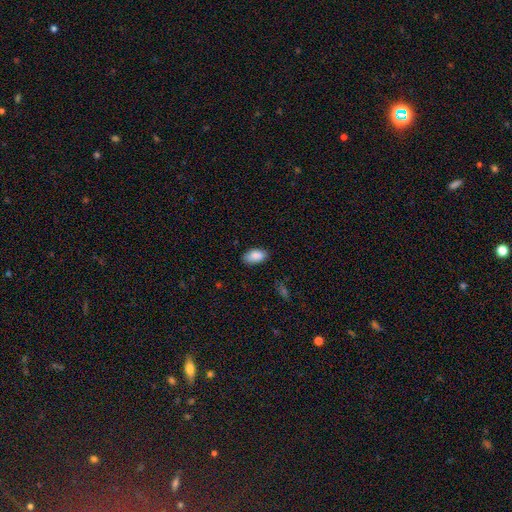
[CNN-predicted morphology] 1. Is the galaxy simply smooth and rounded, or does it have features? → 88% smooth, 7% star or artifact, 5% featured or disk.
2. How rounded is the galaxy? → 94% in between, 4% round, 2% cigar-shaped.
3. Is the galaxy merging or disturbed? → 84% none, 12% minor disturbance, 3% major disturbance, 1% merger.